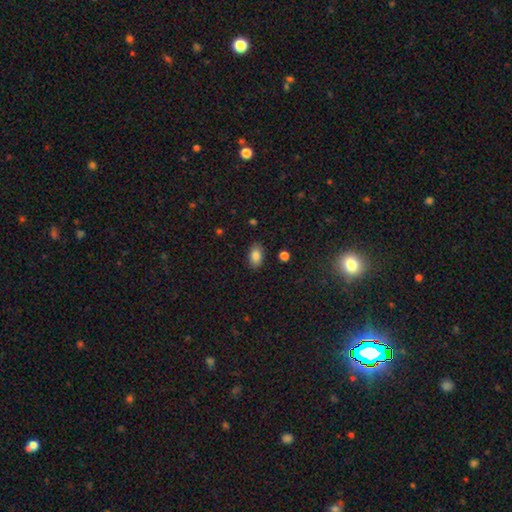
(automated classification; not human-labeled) smooth 86%, star or artifact 9%, featured or disk 6%. Down the decision tree: how rounded — in between (88%); merging — none (85%).